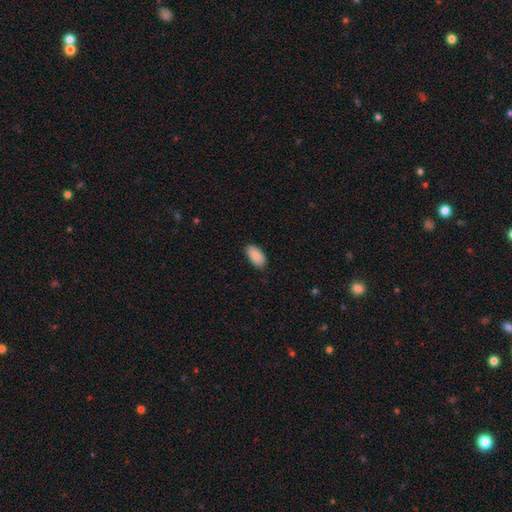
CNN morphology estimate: A smooth galaxy with no disk features (90%) that is in between round and cigar-shaped (95%). Merging: none (85%).